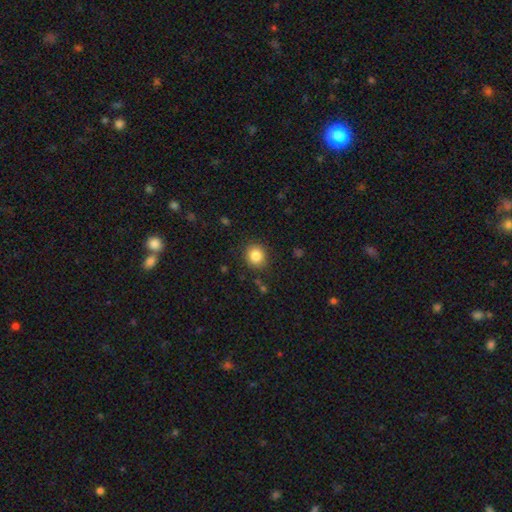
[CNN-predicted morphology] smooth-or-featured: smooth: 84% | star or artifact: 10% | featured or disk: 6%
  how-rounded: round: 82% | in between: 17% | cigar-shaped: 1%
  merging: none: 87% | minor disturbance: 9% | major disturbance: 3% | merger: 2%